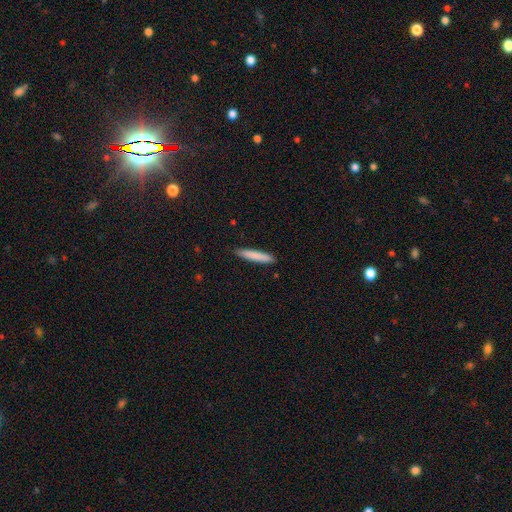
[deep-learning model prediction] Overall: smooth (83%). How rounded: cigar-shaped (92%). Merging: none (90%).